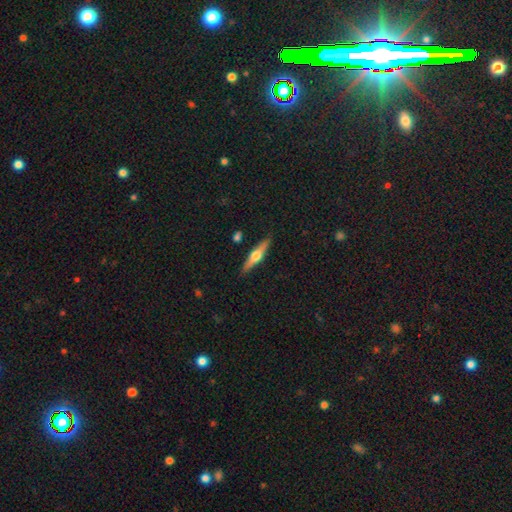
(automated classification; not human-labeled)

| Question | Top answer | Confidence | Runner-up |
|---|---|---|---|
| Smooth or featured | featured or disk | 67% | smooth (28%) |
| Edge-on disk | yes | 97% | no (3%) |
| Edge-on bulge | rounded | 95% | boxy (3%) |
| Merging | none | 89% | minor disturbance (8%) |